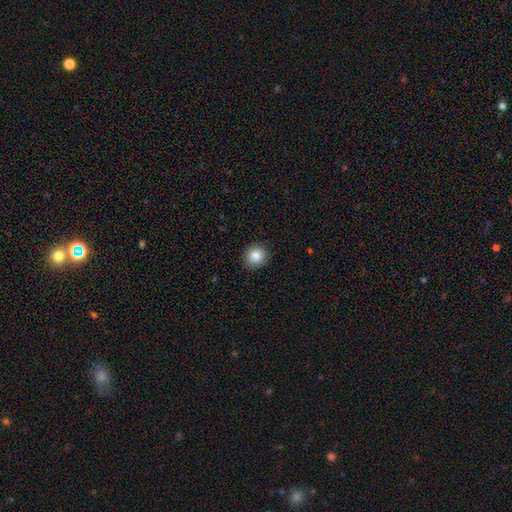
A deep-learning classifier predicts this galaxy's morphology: This is clearly a smooth galaxy (86%). How rounded: clearly round (84%). Merging: clearly none (89%).